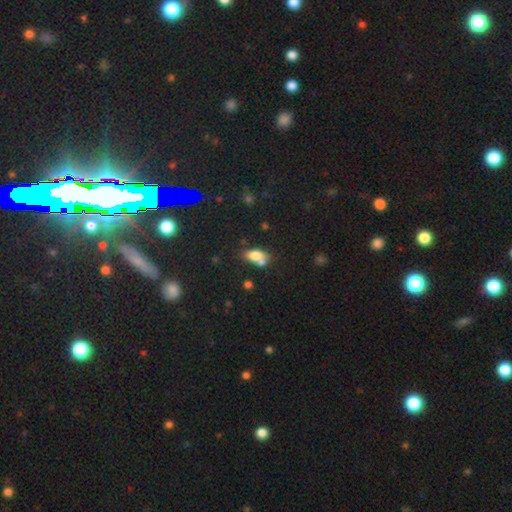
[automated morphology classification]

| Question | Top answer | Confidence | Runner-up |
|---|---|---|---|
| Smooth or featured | smooth | 76% | star or artifact (12%) |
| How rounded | in between | 85% | round (9%) |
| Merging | none | 44% | merger (32%) |